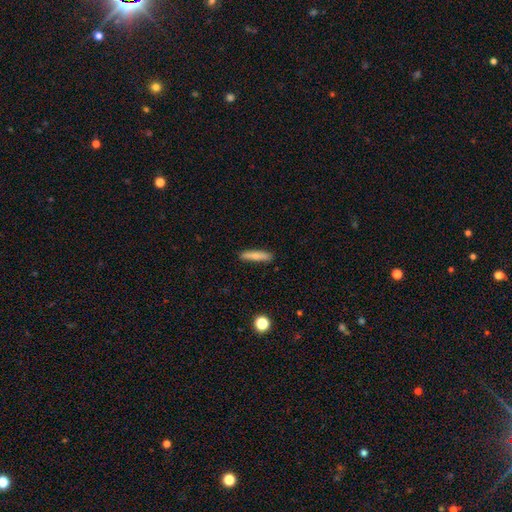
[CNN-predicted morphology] The model was most divided on "smooth or featured": smooth: 75%, featured or disk: 19%, star or artifact: 7%. More confident: merging — none (87%); how rounded — cigar-shaped (86%).